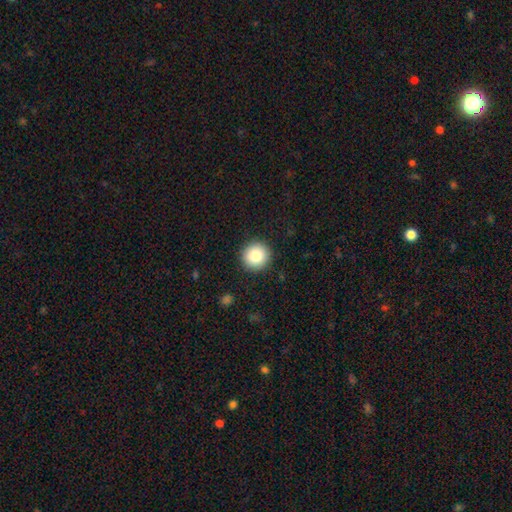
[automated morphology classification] Q: Smooth or featured?
A: smooth (84%); runner-up: star or artifact (9%)
Q: How rounded?
A: round (95%); runner-up: in between (4%)
Q: Merging?
A: none (92%); runner-up: minor disturbance (5%)